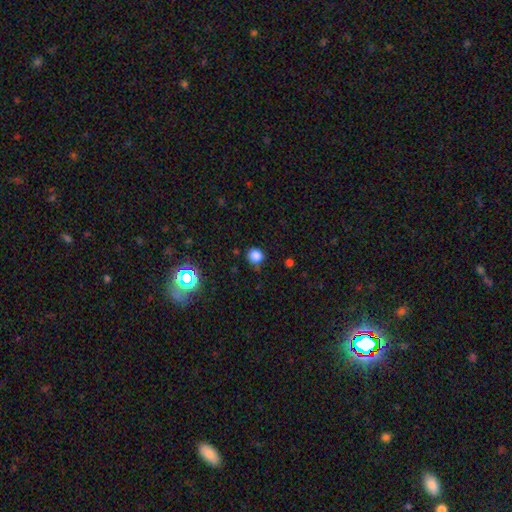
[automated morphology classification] Overall: smooth (83%). How rounded: round (89%). Merging: none (81%).